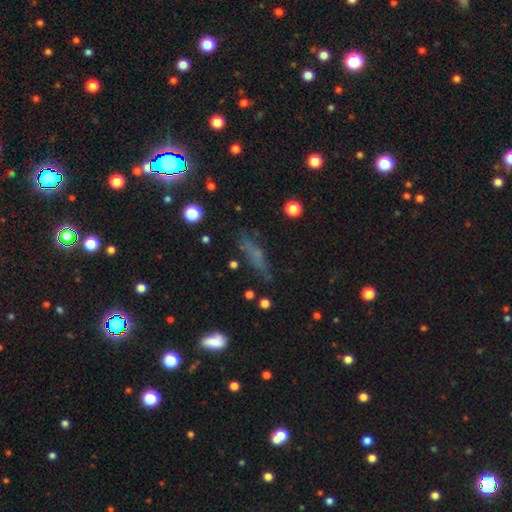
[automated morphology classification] Smooth or featured: smooth — 54% (featured or disk — 27%)
How rounded: cigar-shaped — 69% (in between — 26%)
Merging: none — 66% (minor disturbance — 21%)